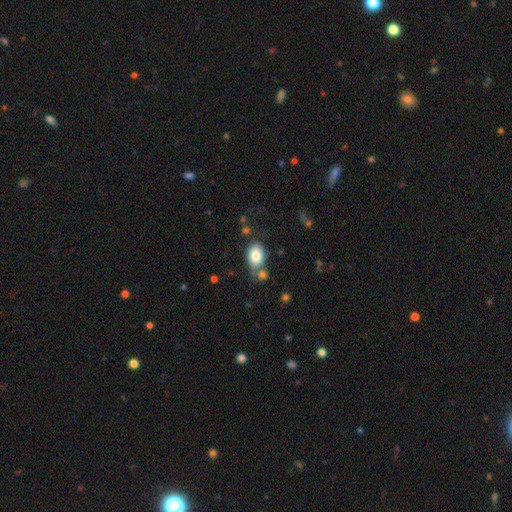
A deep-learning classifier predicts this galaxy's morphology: Smooth or featured? smooth (82%)
How rounded? in between (81%)
Merging? none (63%)